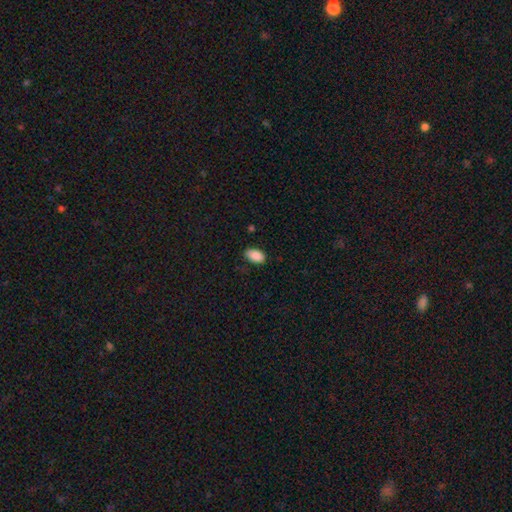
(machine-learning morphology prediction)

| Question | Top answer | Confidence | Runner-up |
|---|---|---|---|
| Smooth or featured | smooth | 89% | star or artifact (7%) |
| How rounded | in between | 94% | round (4%) |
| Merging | none | 81% | minor disturbance (15%) |